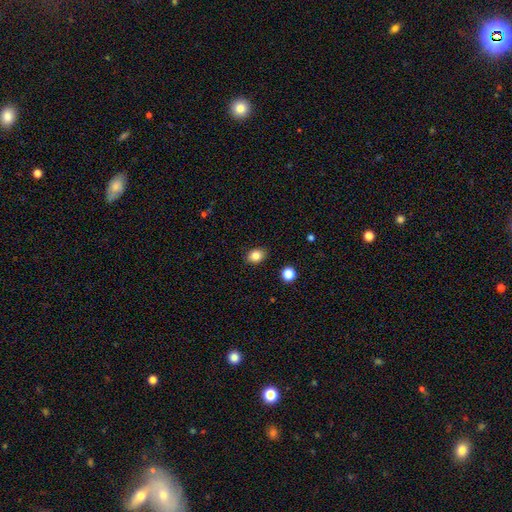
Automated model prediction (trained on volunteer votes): A smooth galaxy with no disk features (84%) that is in between round and cigar-shaped (63%).

Vote fractions:
- Smooth or featured? smooth: 84% / star or artifact: 10% / featured or disk: 6%
- How rounded? in between: 63% / round: 36% / cigar-shaped: 1%
- Merging? none: 88% / minor disturbance: 8% / major disturbance: 2% / merger: 1%